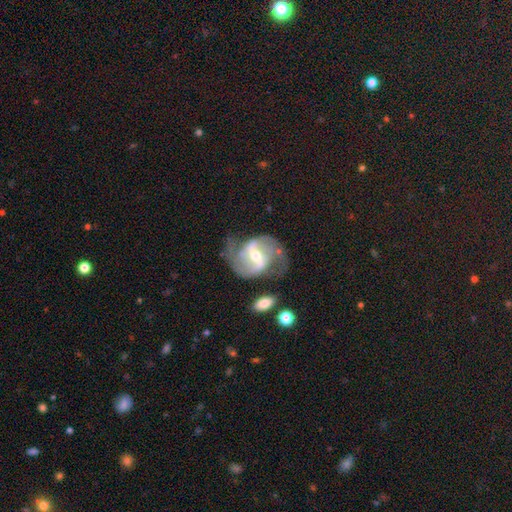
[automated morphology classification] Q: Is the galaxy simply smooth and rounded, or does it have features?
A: featured or disk — 90%.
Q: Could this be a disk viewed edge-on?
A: no — 97%.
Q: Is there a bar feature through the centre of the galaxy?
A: strong — 54%.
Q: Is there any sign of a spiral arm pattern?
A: yes — 96%.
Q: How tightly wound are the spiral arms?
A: medium — 51%.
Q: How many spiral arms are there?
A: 2 — 92%.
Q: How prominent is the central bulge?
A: moderate — 56%.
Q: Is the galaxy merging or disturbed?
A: none — 66%.